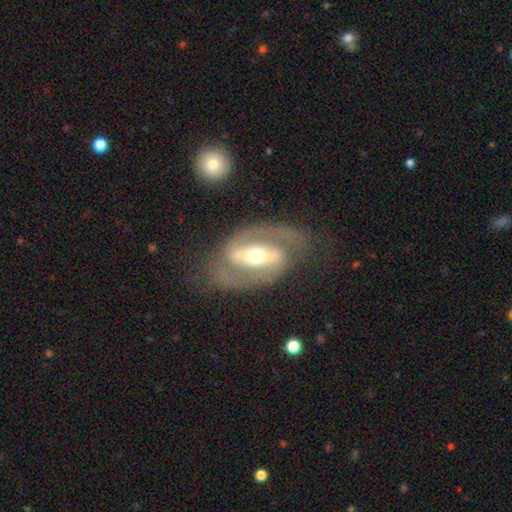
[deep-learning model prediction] The model was most divided on "spiral winding": medium: 54%, tight: 26%, loose: 20%. More confident: edge-on disk — no (95%); spiral arm count — 2 (90%); spiral arms — yes (88%); smooth or featured — featured or disk (86%); merging — none (71%); bulge size — moderate (70%); bar — strong (59%).